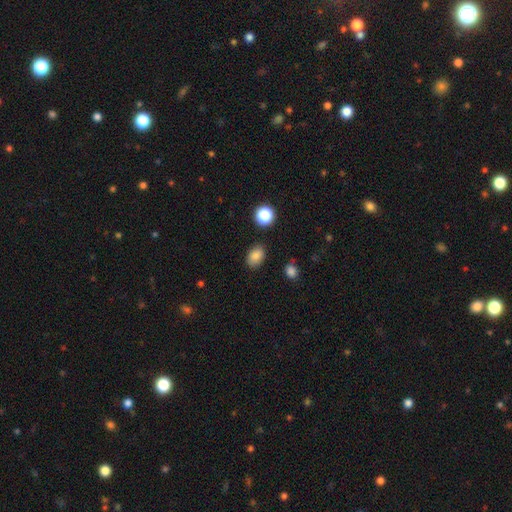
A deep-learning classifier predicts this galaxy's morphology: smooth_or_featured: smooth (p=0.84) [alt: star or artifact p=0.10]
how_rounded: in between (p=0.79) [alt: round p=0.20]
merging: none (p=0.84) [alt: minor disturbance p=0.11]